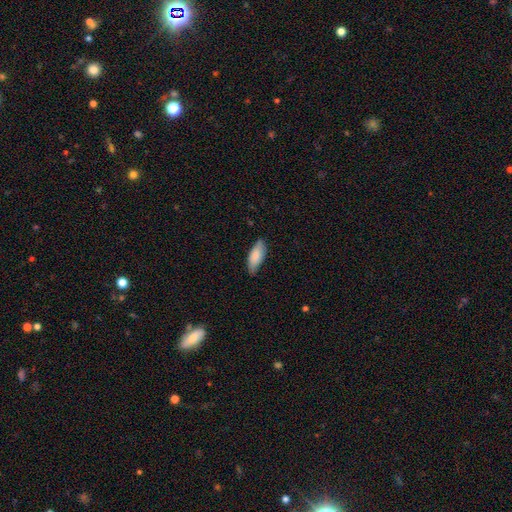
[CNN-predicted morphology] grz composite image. It shows a smooth galaxy with no disk features (83%) that is in between round and cigar-shaped (80%). Merging: none (71%).